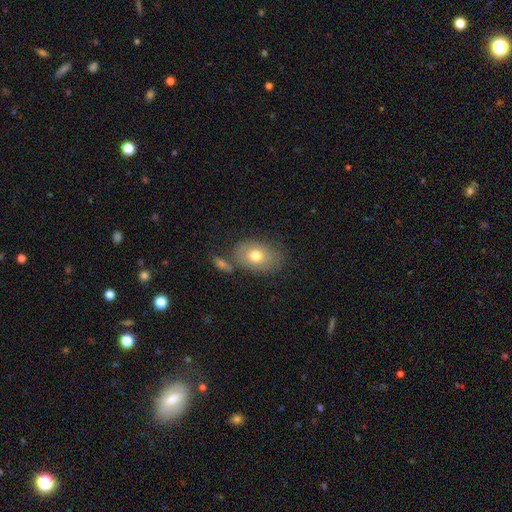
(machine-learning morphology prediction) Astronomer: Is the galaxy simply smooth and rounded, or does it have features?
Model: smooth — 72%.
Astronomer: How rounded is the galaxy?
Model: in between — 79%.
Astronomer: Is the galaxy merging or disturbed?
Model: none — 64%.